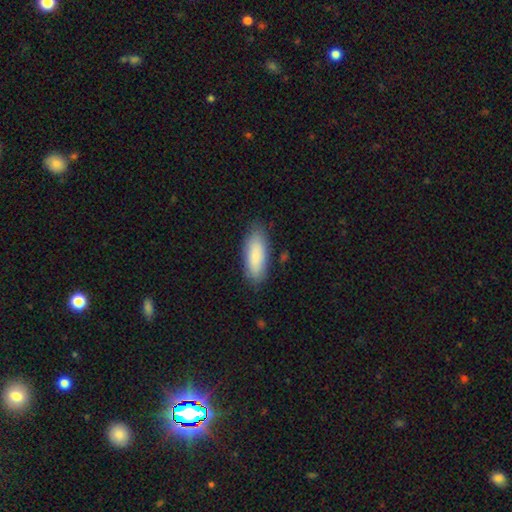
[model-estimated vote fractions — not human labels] This is clearly a smooth galaxy (87%). How rounded: likely in between (74%). Merging: clearly none (83%).